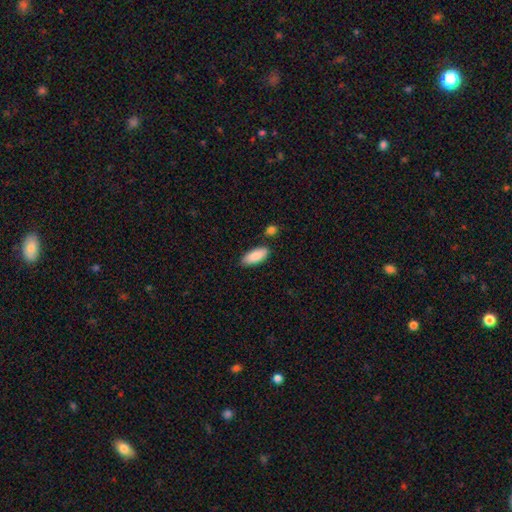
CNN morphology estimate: type=smooth (88%); roundness=in between (84%); merging=none (80%).